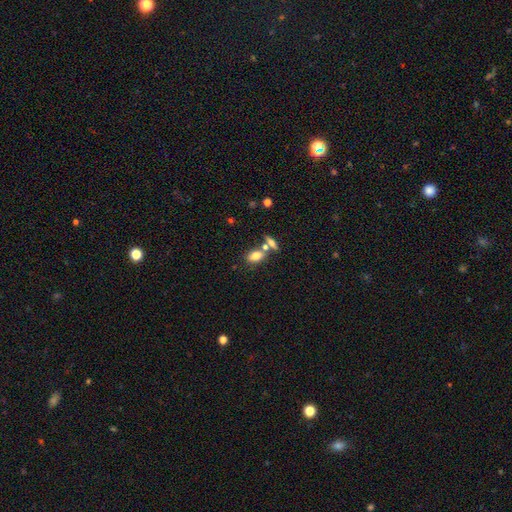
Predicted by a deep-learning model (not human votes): This is likely a smooth galaxy (77%). How rounded: clearly in between (85%). Merging: possibly none (53%).